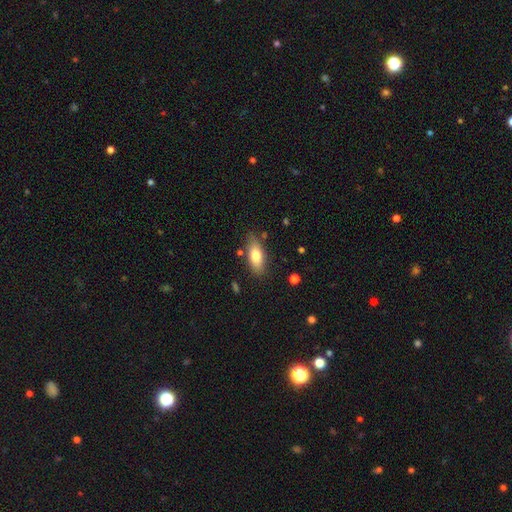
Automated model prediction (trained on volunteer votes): Smooth or featured? Predicted: smooth (p=0.76). How rounded? Predicted: in between (p=0.81). Merging? Predicted: none (p=0.79).